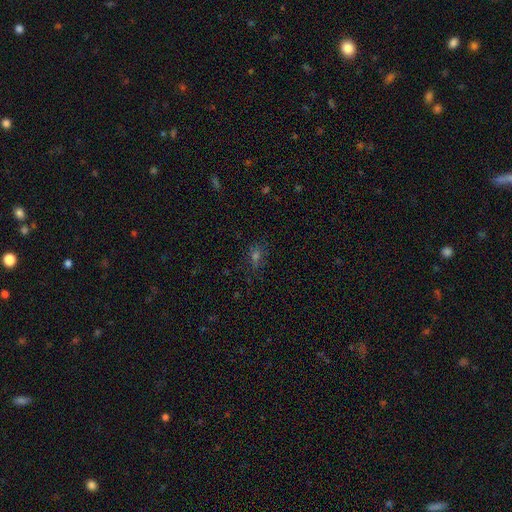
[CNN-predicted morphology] smooth 50%, star or artifact 38%, featured or disk 12%. Down the decision tree: how rounded — in between (57%); merging — none (74%).